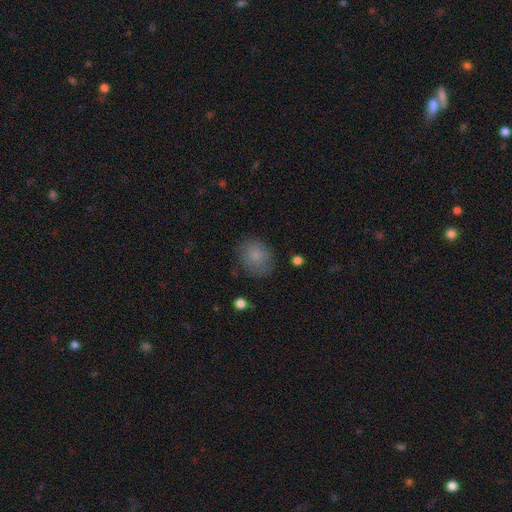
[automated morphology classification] Smooth or featured?
  - smooth: 83% *
  - star or artifact: 9%
  - featured or disk: 8%
How rounded?
  - round: 56% *
  - in between: 43%
  - cigar-shaped: 1%
Merging?
  - none: 77% *
  - minor disturbance: 17%
  - major disturbance: 5%
  - merger: 1%